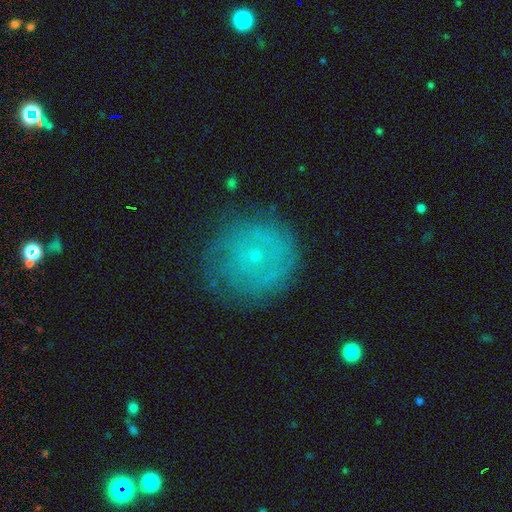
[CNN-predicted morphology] This is possibly a featured or disk galaxy (49%). Merging: likely none (76%).